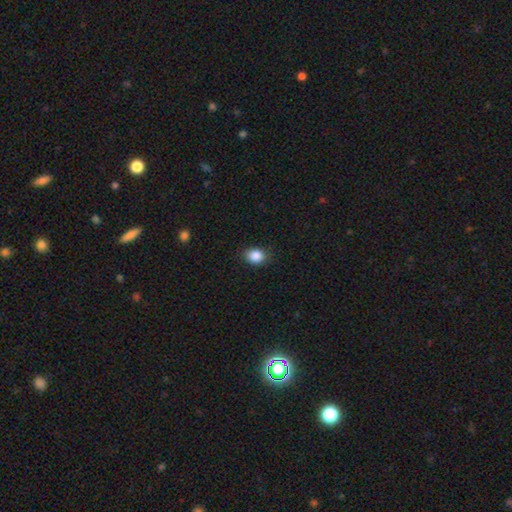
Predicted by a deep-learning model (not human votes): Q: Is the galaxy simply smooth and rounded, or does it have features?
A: smooth — 87%.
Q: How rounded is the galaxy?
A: round — 50%.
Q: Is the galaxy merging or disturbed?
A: none — 84%.